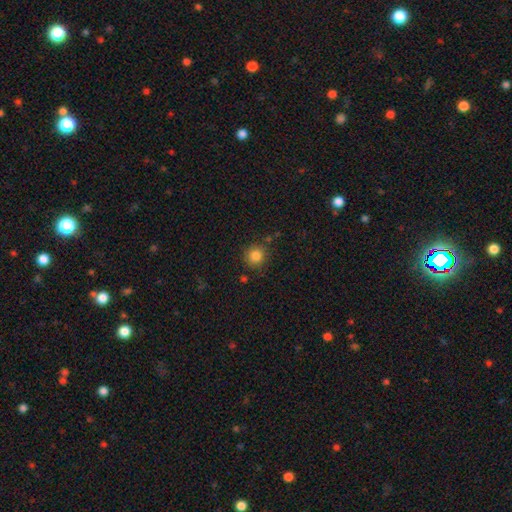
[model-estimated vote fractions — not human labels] A smooth galaxy with no disk features (84%) that is round (91%).

Vote fractions:
- Smooth or featured? smooth: 84% / star or artifact: 11% / featured or disk: 5%
- How rounded? round: 91% / in between: 8% / cigar-shaped: 1%
- Merging? none: 83% / minor disturbance: 10% / merger: 4% / major disturbance: 3%